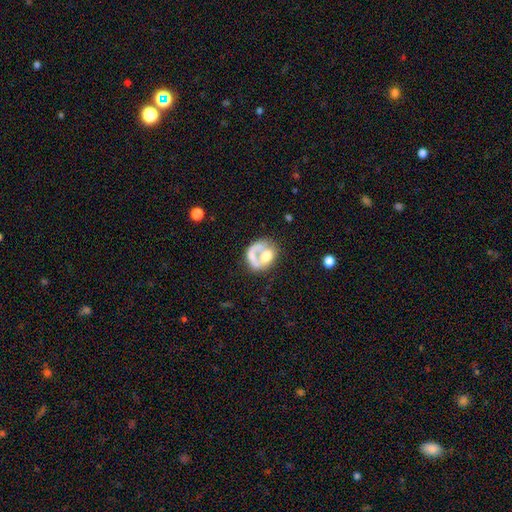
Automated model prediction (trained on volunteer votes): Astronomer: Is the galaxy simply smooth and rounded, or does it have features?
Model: featured or disk — 50% (runner-up: smooth, 42%).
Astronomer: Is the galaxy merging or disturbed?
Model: none — 33% (runner-up: major disturbance, 31%).